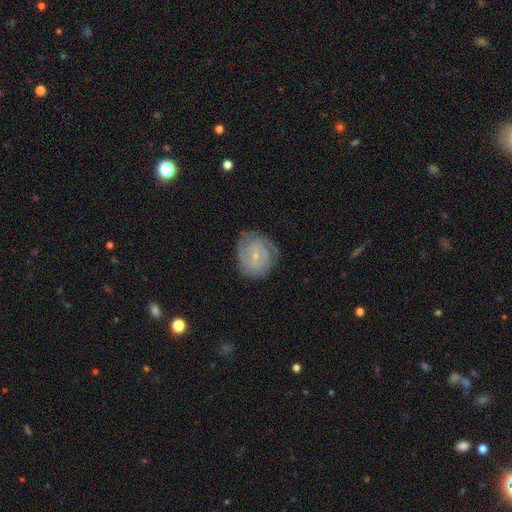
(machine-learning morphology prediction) type=featured or disk (70%); edge-on=no (97%); bar=no (60%); spiral arms=yes (87%); winding=tight (62%); arm count=can't tell (38%); bulge=small (78%); merging=none (70%).